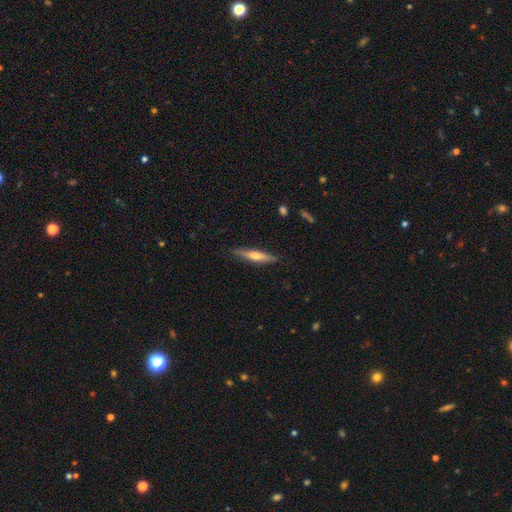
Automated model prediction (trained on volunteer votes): Smooth or featured? smooth (53%)
How rounded? cigar-shaped (86%)
Merging? none (84%)